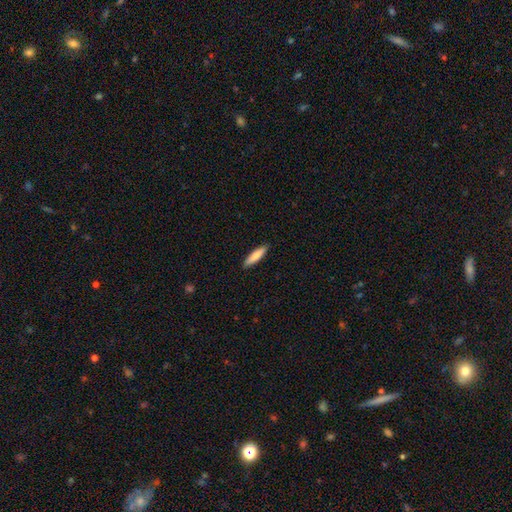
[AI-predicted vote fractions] smooth-or-featured: smooth: 80% | featured or disk: 14% | star or artifact: 5%
  how-rounded: cigar-shaped: 78% | in between: 21% | round: 1%
  merging: none: 90% | minor disturbance: 7% | major disturbance: 2% | merger: 1%